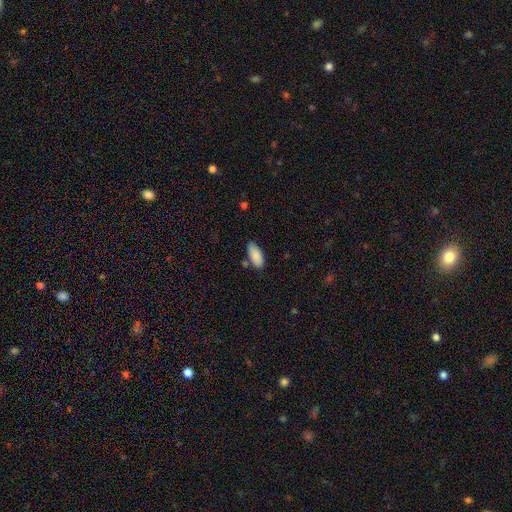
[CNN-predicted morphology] smooth 89%, star or artifact 6%, featured or disk 5%. Down the decision tree: how rounded — in between (88%); merging — none (75%).